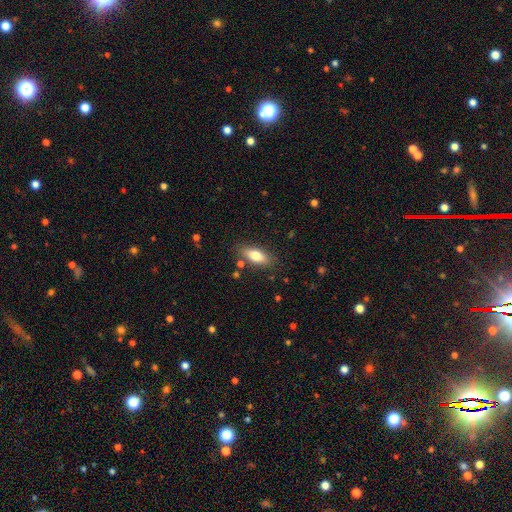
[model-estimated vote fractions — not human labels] smooth-or-featured: smooth: 74% | featured or disk: 19% | star or artifact: 7%
  how-rounded: in between: 76% | cigar-shaped: 21% | round: 3%
  merging: none: 82% | minor disturbance: 12% | merger: 3% | major disturbance: 3%